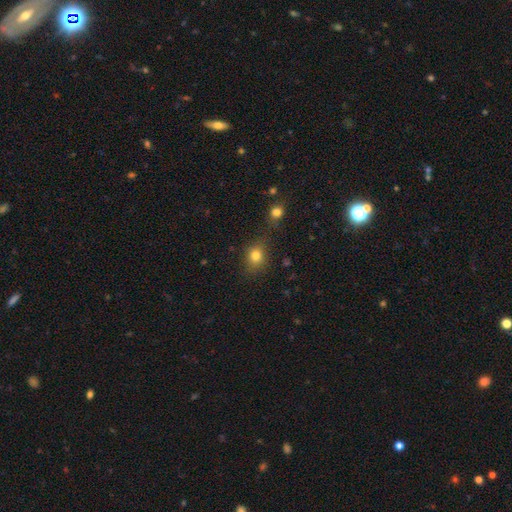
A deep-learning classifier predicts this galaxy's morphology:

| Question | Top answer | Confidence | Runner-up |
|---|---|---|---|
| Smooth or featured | smooth | 79% | star or artifact (14%) |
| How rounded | round | 63% | in between (36%) |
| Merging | none | 69% | minor disturbance (14%) |